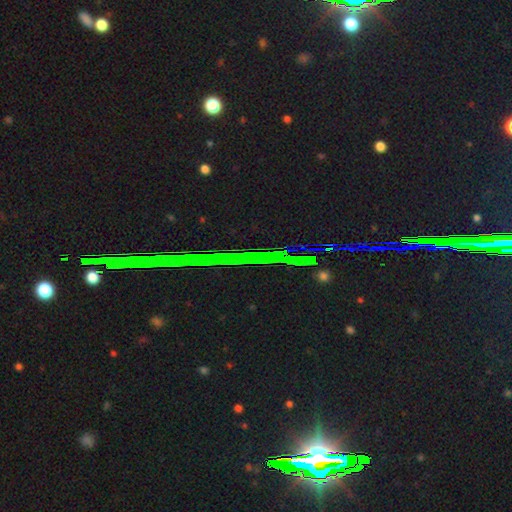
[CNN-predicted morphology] type=star or artifact (82%).